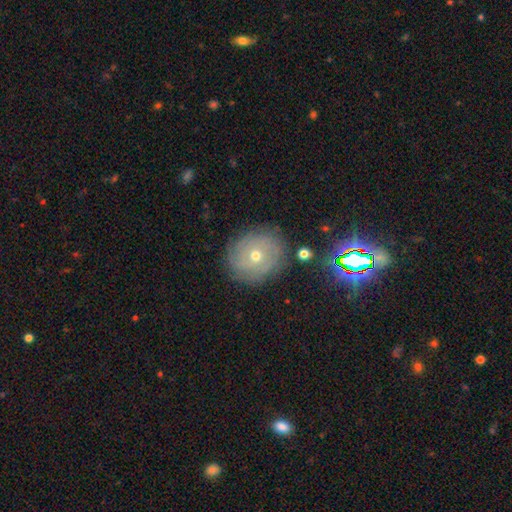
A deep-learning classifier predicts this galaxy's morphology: smooth_or_featured: featured or disk (p=0.63) [alt: smooth p=0.24]
disk_edge_on: no (p=0.97) [alt: yes p=0.03]
bar: no (p=0.84) [alt: weak p=0.13]
has_spiral_arms: yes (p=0.80) [alt: no p=0.20]
bulge_size: moderate (p=0.59) [alt: small p=0.38]
merging: none (p=0.82) [alt: minor disturbance p=0.12]